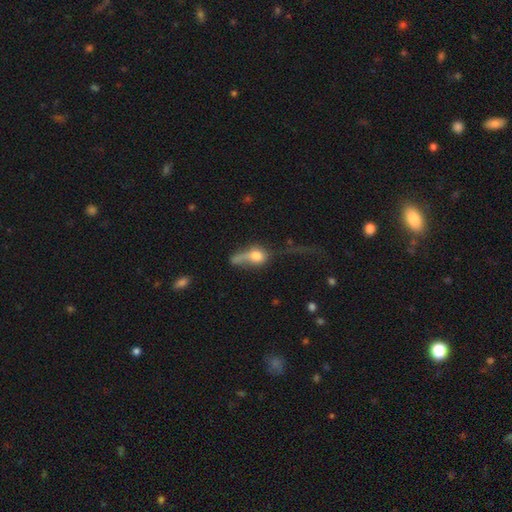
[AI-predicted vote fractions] The model was most divided on "how rounded": in between: 50%, round: 38%, cigar-shaped: 12%. Remaining: smooth or featured — smooth (62%); merging — major disturbance (47%).